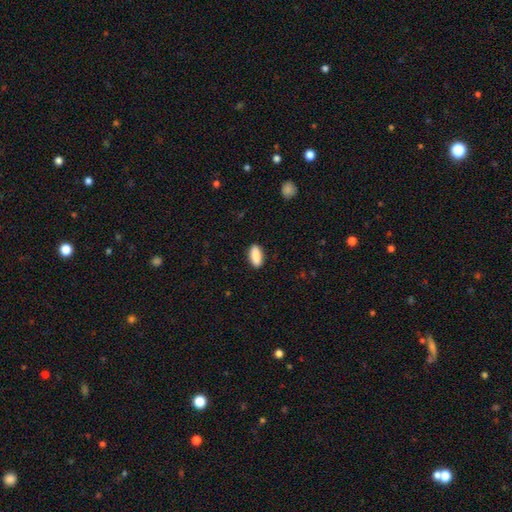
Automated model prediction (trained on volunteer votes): Smooth or featured? smooth (90%)
How rounded? in between (87%)
Merging? none (90%)